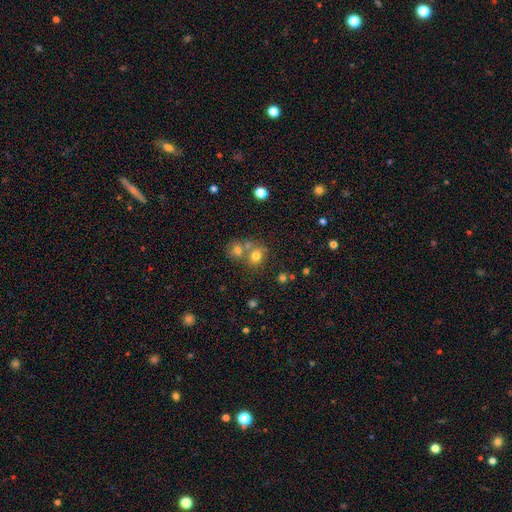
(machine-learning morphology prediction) This is likely a smooth galaxy (72%). How rounded: likely round (74%). Merging: possibly none (46%).